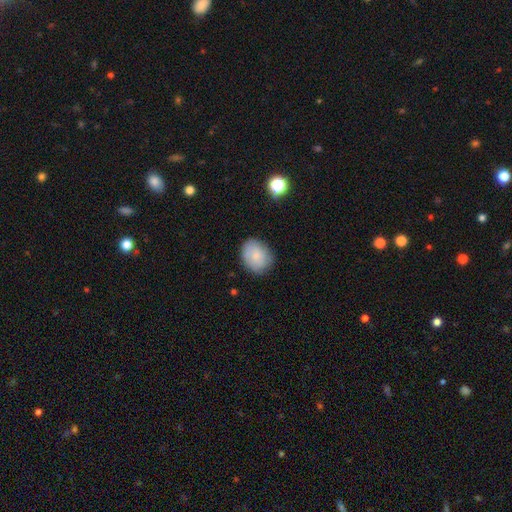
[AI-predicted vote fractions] Smooth or featured? smooth (79%)
How rounded? round (53%)
Merging? none (81%)